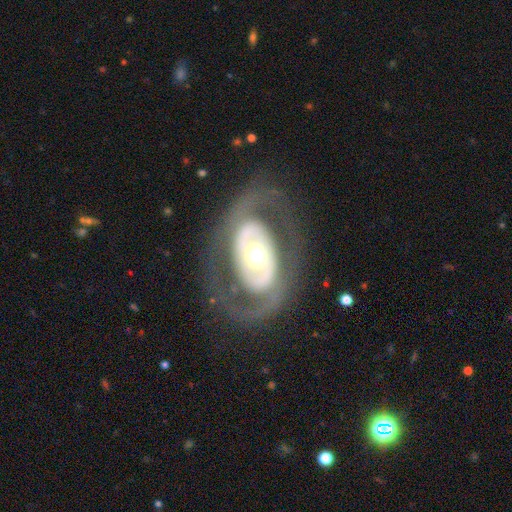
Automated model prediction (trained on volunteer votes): This appears to be a featured or disk galaxy (74%) with no bar (79%), no spiral arms (62%) and a moderate central bulge (53%). Merging: none (77%).